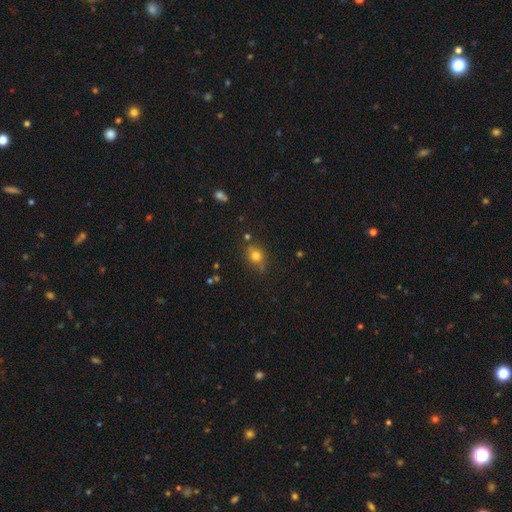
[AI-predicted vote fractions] Q: Smooth or featured?
A: smooth (74%); runner-up: featured or disk (13%)
Q: How rounded?
A: round (53%); runner-up: in between (44%)
Q: Merging?
A: none (69%); runner-up: minor disturbance (20%)